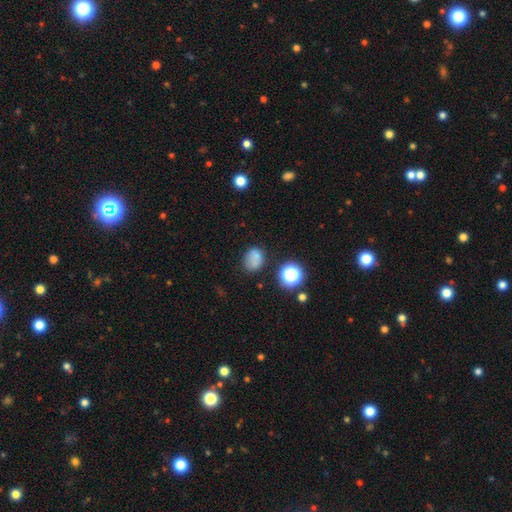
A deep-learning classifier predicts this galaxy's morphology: A smooth galaxy with no disk features (75%) that is in between round and cigar-shaped (53%). Merging: none (65%).